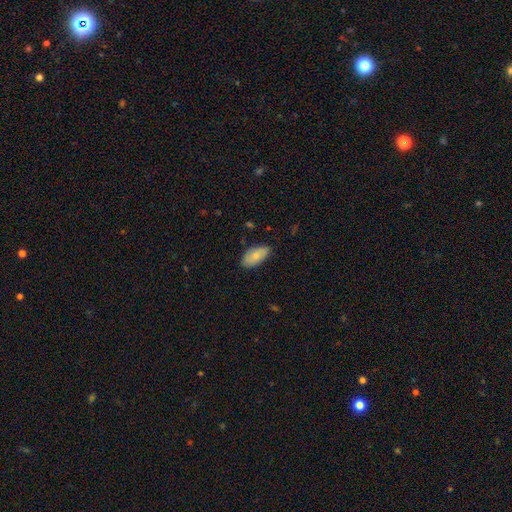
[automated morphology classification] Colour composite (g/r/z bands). It shows a smooth galaxy with no disk features (79%) that is in between round and cigar-shaped (94%). Merging: none (80%).